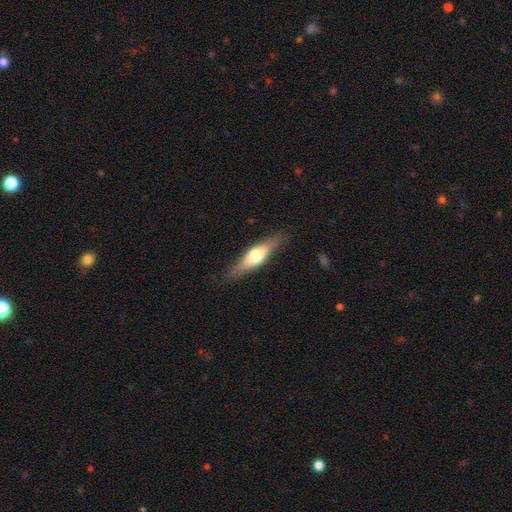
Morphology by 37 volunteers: smooth-or-featured: smooth: 51% | featured or disk: 49% | star or artifact: 0%
  how-rounded: in between: 47% | cigar-shaped: 37% | round: 16%
  merging: none: 65% | minor disturbance: 22% | major disturbance: 11% | merger: 3%